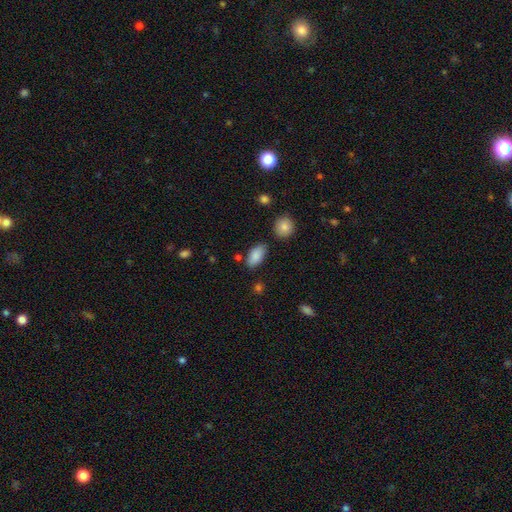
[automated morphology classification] Overall: smooth (87%). How rounded: in between (92%). Merging: none (79%).